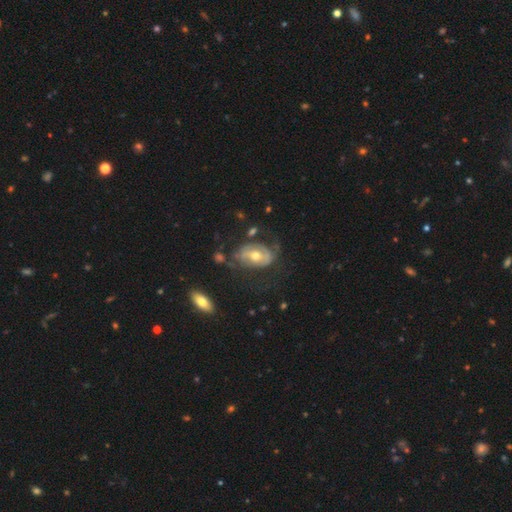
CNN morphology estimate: smooth-or-featured: featured or disk: 66% | smooth: 27% | star or artifact: 7%
  disk-edge-on: no: 94% | yes: 6%
    bar: no: 52% | weak: 30% | strong: 18%
    has-spiral-arms: yes: 63% | no: 37%
    bulge-size: moderate: 68% | small: 26% | large: 4% | none: 1% | dominant: 1%
  merging: none: 49% | major disturbance: 24% | minor disturbance: 23% | merger: 5%